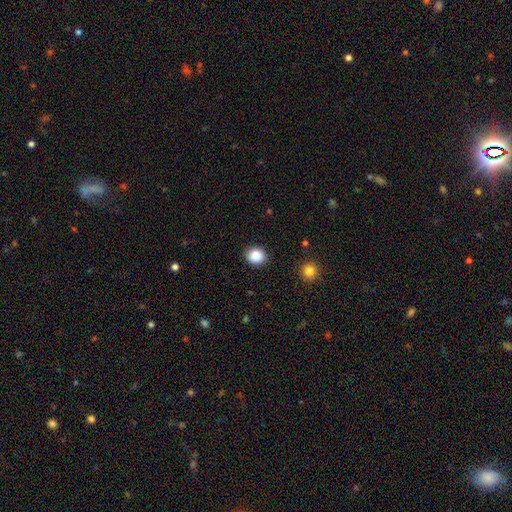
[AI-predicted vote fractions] smooth 88%, star or artifact 9%, featured or disk 3%. Down the decision tree: how rounded — round (70%); merging — none (90%).